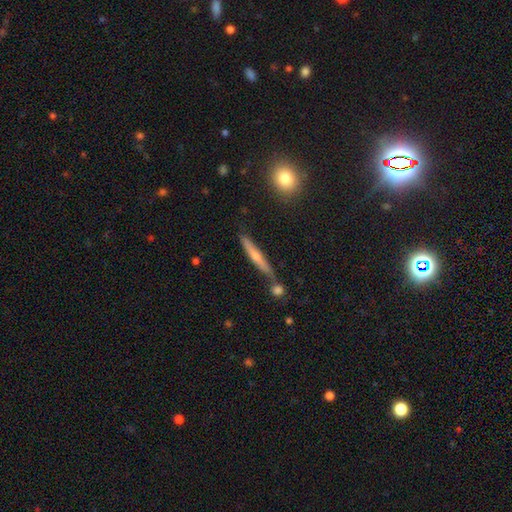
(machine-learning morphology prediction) This appears to be a smooth galaxy with no disk features (50%). Merging: none (74%).